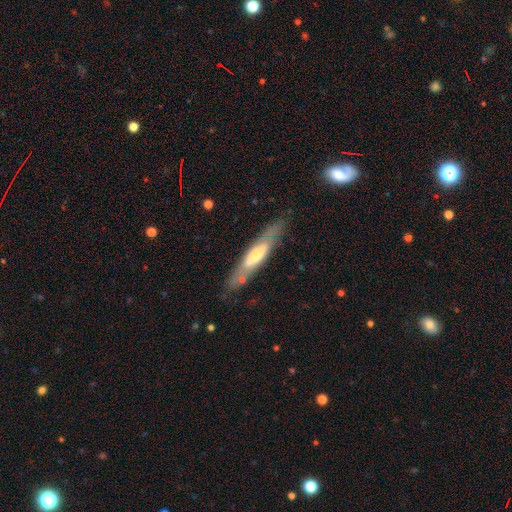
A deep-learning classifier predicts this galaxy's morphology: A featured or disk galaxy (53%) viewed edge-on (67%). Merging: none (78%).